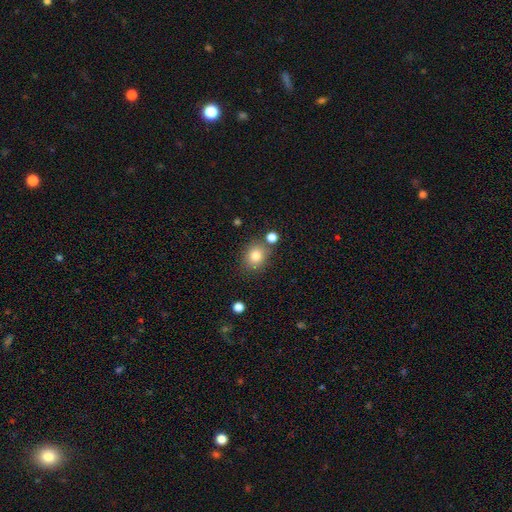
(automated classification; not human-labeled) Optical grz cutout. It shows a smooth galaxy with no disk features (81%) that is round (66%). Merging: none (76%).